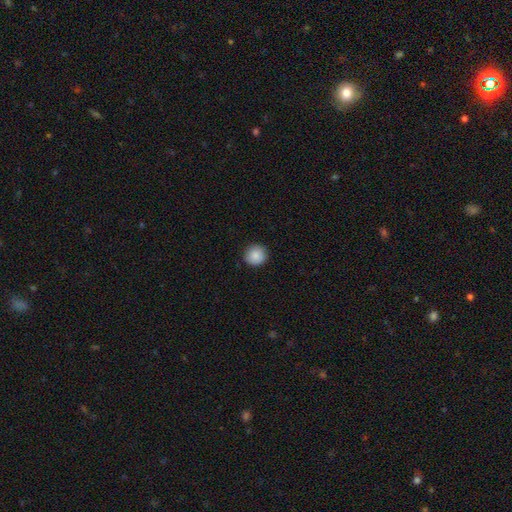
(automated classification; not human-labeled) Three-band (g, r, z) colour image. It shows a smooth galaxy with no disk features (87%) that is round (93%). Merging: none (89%).